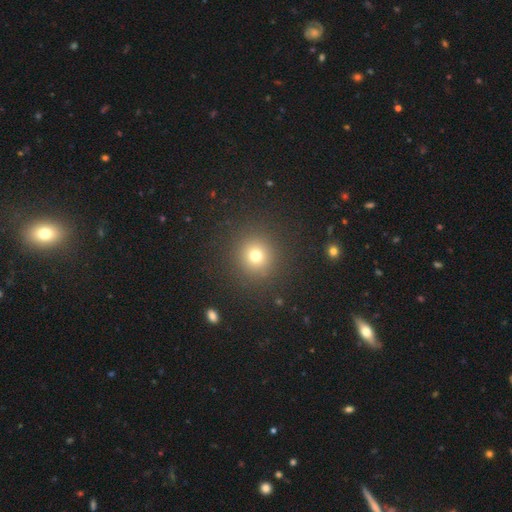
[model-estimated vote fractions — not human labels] Overall: smooth (74%). How rounded: round (92%). Merging: none (89%).